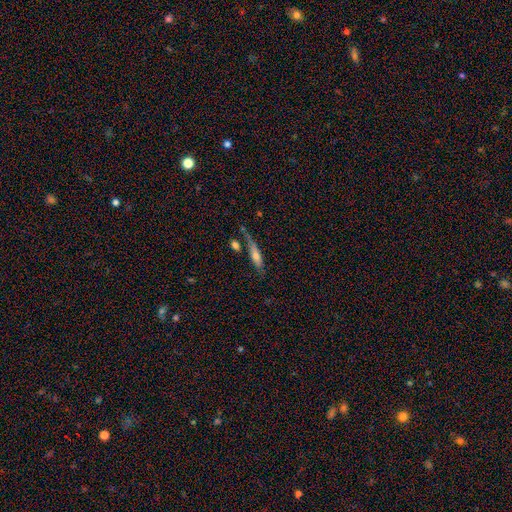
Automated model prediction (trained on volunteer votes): smooth-or-featured: smooth: 58% | featured or disk: 34% | star or artifact: 8%
  how-rounded: cigar-shaped: 66% | in between: 31% | round: 3%
  merging: none: 52% | minor disturbance: 20% | merger: 17% | major disturbance: 10%